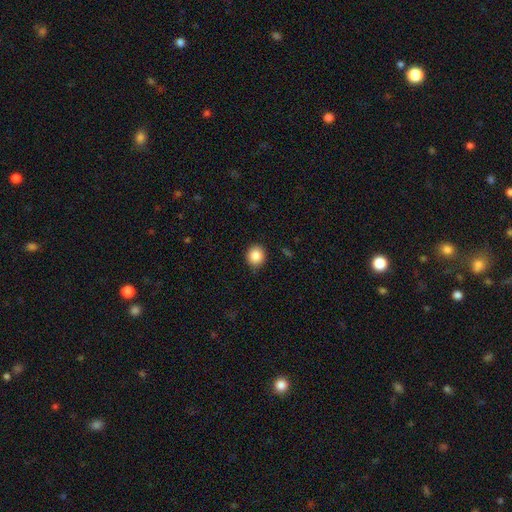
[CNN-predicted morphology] The model was most divided on "how rounded": round: 83%, in between: 16%, cigar-shaped: 1%. More confident: smooth or featured — smooth (86%); merging — none (86%).